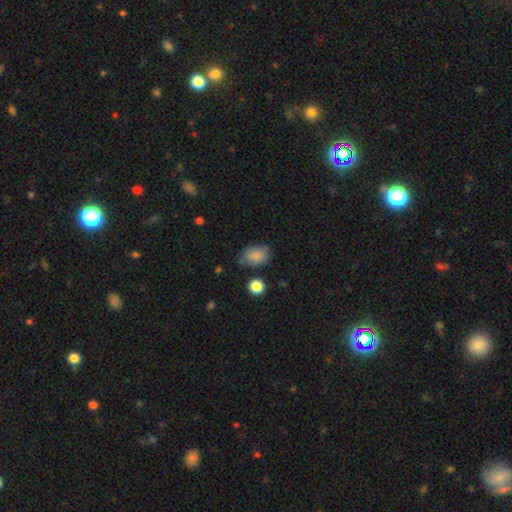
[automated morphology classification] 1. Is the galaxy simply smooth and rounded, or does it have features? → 85% smooth, 9% star or artifact, 6% featured or disk.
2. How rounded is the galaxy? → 76% in between, 22% round, 1% cigar-shaped.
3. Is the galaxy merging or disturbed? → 68% none, 22% minor disturbance, 6% major disturbance, 4% merger.